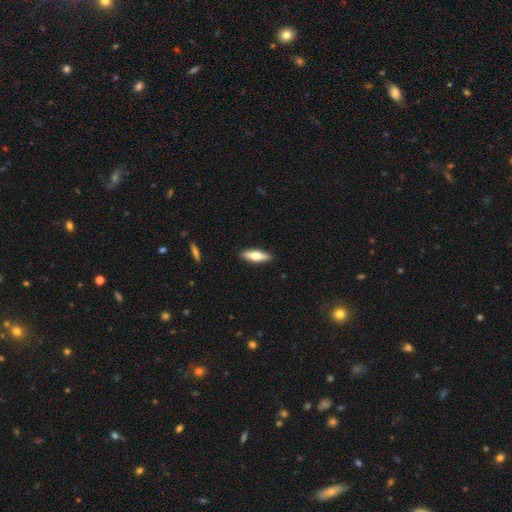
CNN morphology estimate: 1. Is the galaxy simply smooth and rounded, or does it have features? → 55% smooth, 39% featured or disk, 6% star or artifact.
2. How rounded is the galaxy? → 51% cigar-shaped, 46% in between, 2% round.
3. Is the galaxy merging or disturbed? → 90% none, 7% minor disturbance, 2% major disturbance, 1% merger.